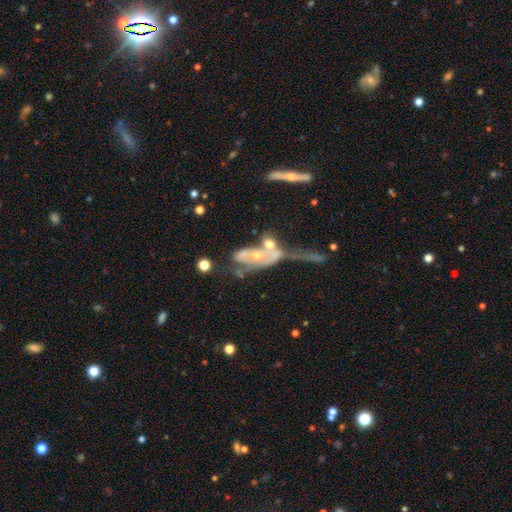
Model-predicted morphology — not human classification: Overall: featured or disk (59%; smooth 31%). Edge-on disk: no (88%). Bar: no (82%). Spiral arms: no (70%; yes 30%). Bulge size: moderate (48%; small 35%). Merging: merger (57%; major disturbance 25%).